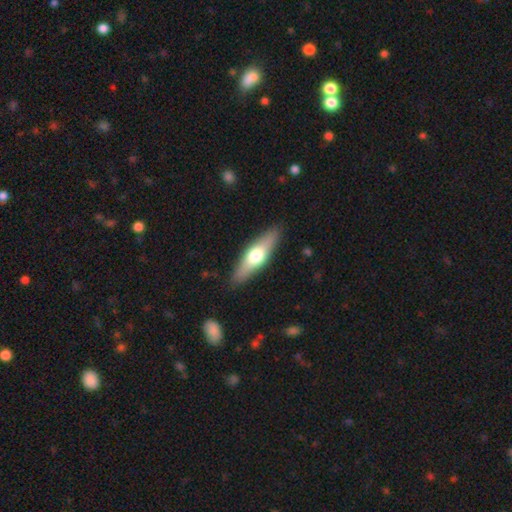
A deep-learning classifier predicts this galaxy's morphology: Overall: smooth (54%; featured or disk 41%). How rounded: cigar-shaped (59%; in between 39%). Merging: none (88%).